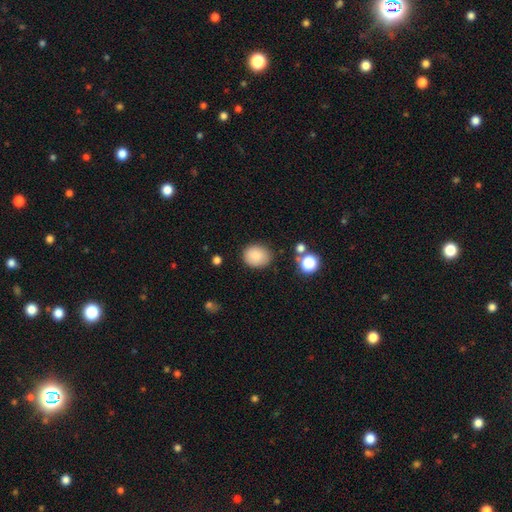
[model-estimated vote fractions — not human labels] smooth_or_featured: smooth (p=0.86) [alt: star or artifact p=0.09]
how_rounded: round (p=0.57) [alt: in between p=0.43]
merging: none (p=0.82) [alt: minor disturbance p=0.12]